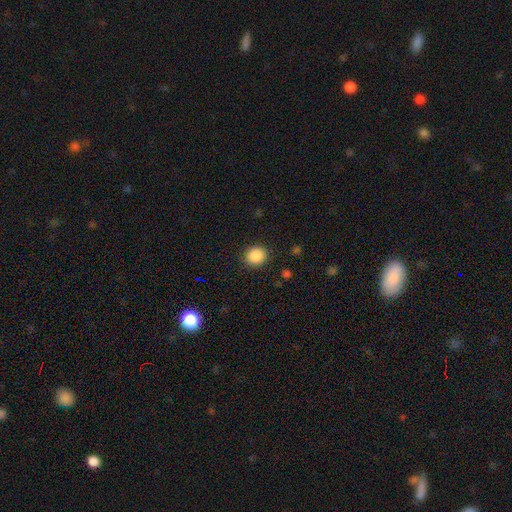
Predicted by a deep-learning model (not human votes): Smooth or featured: smooth — 88% (star or artifact — 9%)
How rounded: round — 82% (in between — 18%)
Merging: none — 89% (minor disturbance — 7%)